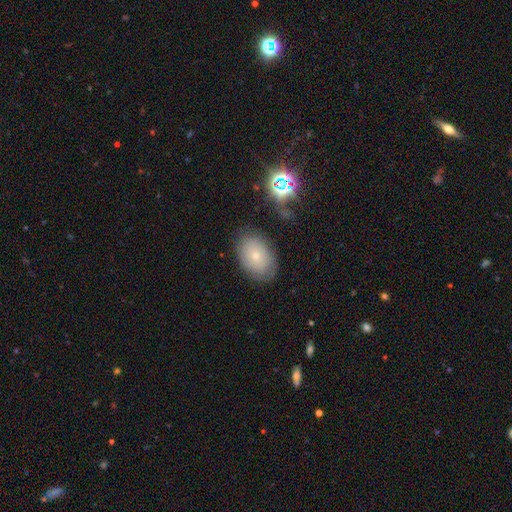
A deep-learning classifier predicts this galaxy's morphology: A smooth galaxy with no disk features (66%) that is in between round and cigar-shaped (85%). Merging: none (78%).